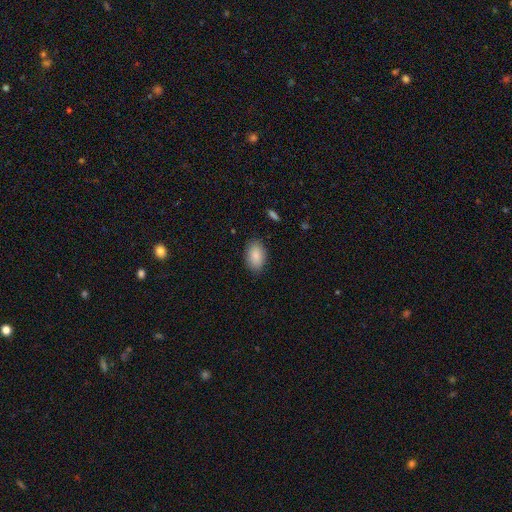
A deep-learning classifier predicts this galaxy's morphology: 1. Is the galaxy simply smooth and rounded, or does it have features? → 88% smooth, 7% star or artifact, 5% featured or disk.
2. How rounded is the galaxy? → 91% in between, 7% round, 1% cigar-shaped.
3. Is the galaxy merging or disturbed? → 87% none, 10% minor disturbance, 2% major disturbance, 1% merger.